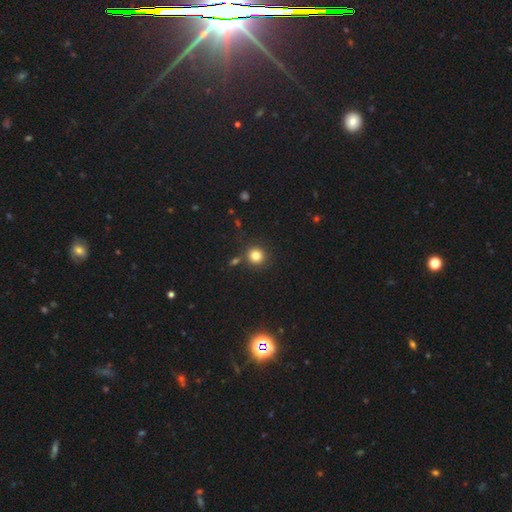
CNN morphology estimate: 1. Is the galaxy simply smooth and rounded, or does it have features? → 82% smooth, 12% star or artifact, 6% featured or disk.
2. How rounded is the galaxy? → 91% round, 8% in between, 1% cigar-shaped.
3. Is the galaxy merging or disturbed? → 82% none, 8% minor disturbance, 7% merger, 3% major disturbance.